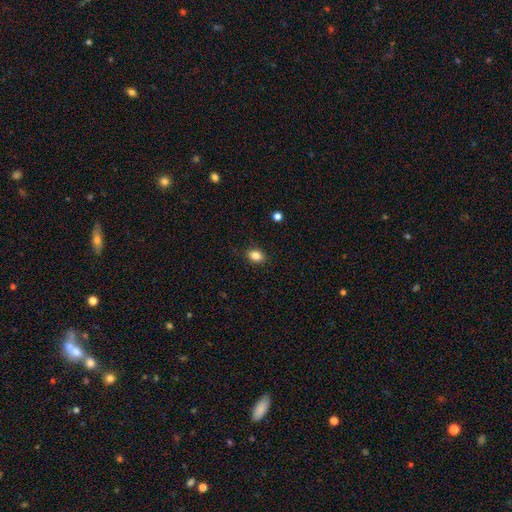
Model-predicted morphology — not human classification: smooth-or-featured: smooth: 85% | star or artifact: 10% | featured or disk: 5%
  how-rounded: in between: 67% | round: 32% | cigar-shaped: 1%
  merging: none: 88% | minor disturbance: 9% | major disturbance: 2% | merger: 1%